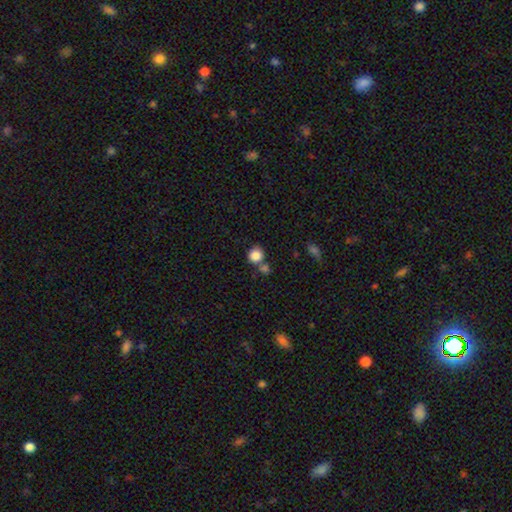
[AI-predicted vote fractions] smooth-or-featured: smooth: 86% | star or artifact: 9% | featured or disk: 5%
  how-rounded: round: 88% | in between: 11% | cigar-shaped: 1%
  merging: none: 61% | merger: 26% | minor disturbance: 10% | major disturbance: 4%